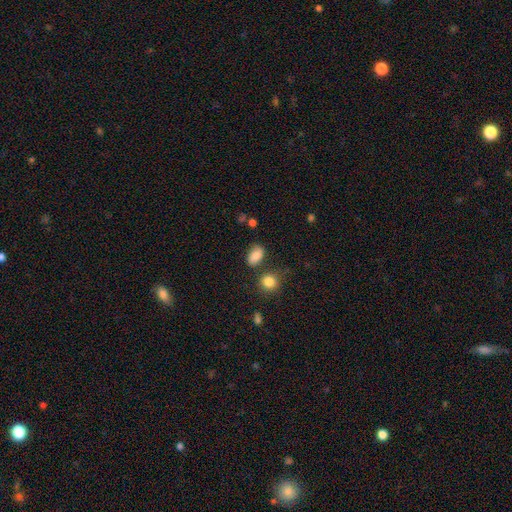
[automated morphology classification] This appears to be a smooth galaxy with no disk features (84%) that is in between round and cigar-shaped (86%). Merging: none (70%).